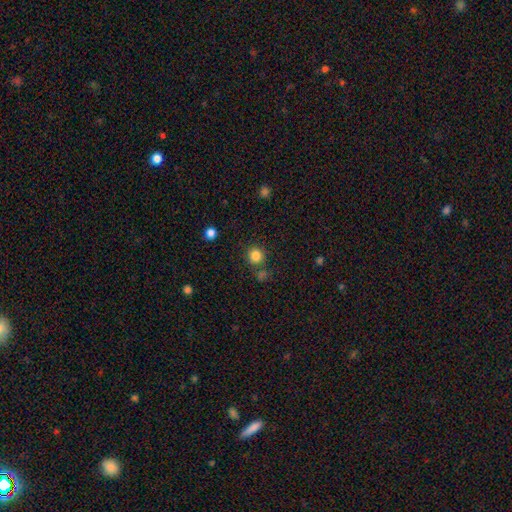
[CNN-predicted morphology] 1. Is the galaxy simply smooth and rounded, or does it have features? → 83% smooth, 12% star or artifact, 4% featured or disk.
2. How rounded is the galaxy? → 93% round, 6% in between, 1% cigar-shaped.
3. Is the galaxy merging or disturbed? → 79% none, 9% merger, 8% minor disturbance, 3% major disturbance.